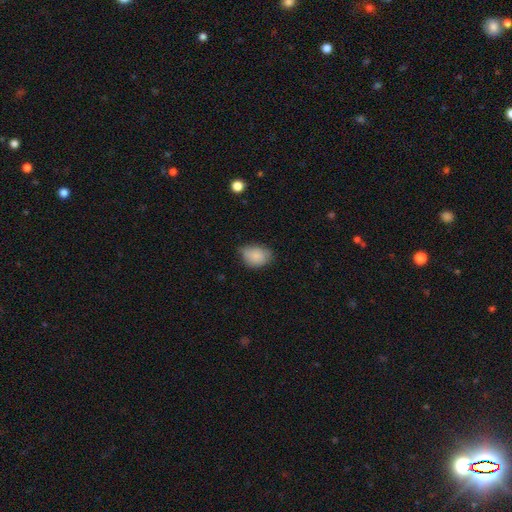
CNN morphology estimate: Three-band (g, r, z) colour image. It shows a smooth galaxy with no disk features (85%) that is in between round and cigar-shaped (70%). Merging: none (60%).